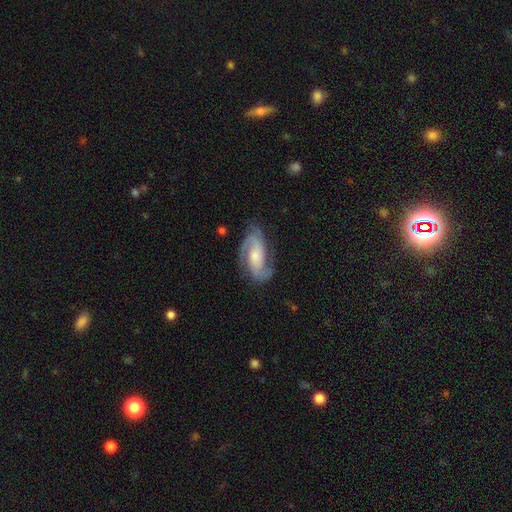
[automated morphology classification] This is clearly a featured or disk galaxy (87%). It is clearly not viewed edge-on (96%). Bar: possibly no (53%). Spiral arm pattern: clearly yes (97%). Spiral arm count: likely 2 (79%). Spiral winding: possibly medium (51%). Central bulge: marginally moderate (42%). Merging: likely none (73%).